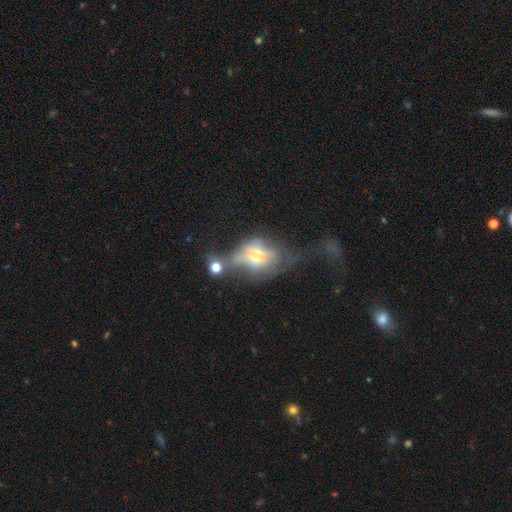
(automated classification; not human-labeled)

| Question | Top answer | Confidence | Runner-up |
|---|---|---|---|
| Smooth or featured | featured or disk | 50% | smooth (35%) |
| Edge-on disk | no | 76% | yes (24%) |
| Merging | major disturbance | 38% | merger (26%) |